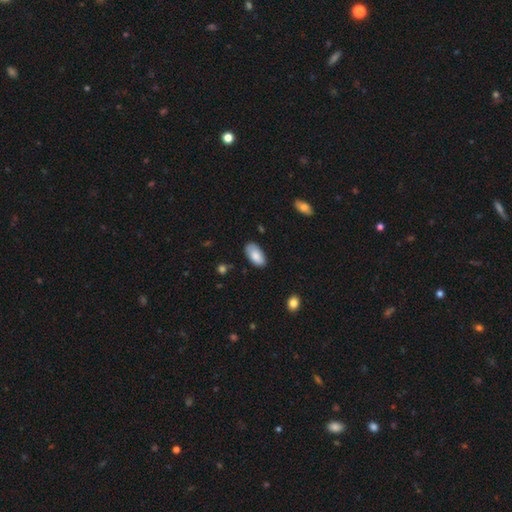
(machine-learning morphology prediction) smooth_or_featured: smooth (p=0.83) [alt: featured or disk p=0.10]
how_rounded: in between (p=0.95) [alt: cigar-shaped p=0.03]
merging: none (p=0.79) [alt: minor disturbance p=0.17]